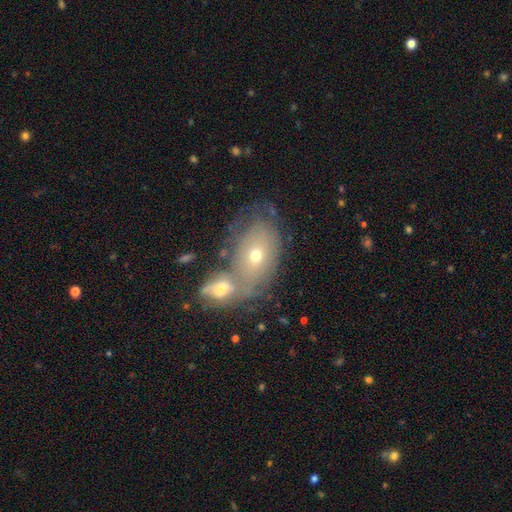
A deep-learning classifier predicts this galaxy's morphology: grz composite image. It shows a smooth galaxy with no disk features (47%). Merging: merger (52%).